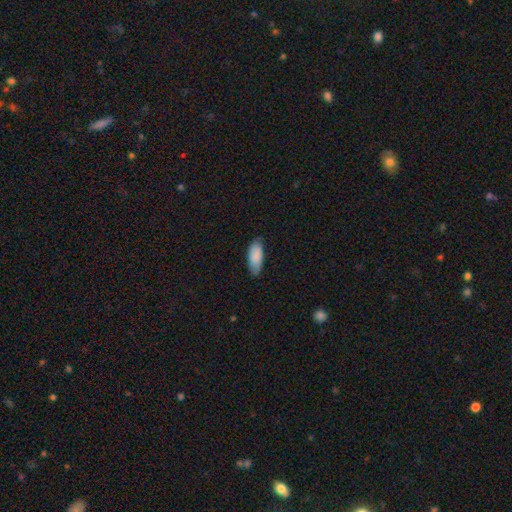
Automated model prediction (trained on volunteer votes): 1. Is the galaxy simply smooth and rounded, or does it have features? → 85% smooth, 9% featured or disk, 6% star or artifact.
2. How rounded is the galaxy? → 83% in between, 15% cigar-shaped, 2% round.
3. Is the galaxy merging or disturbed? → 72% none, 23% minor disturbance, 4% major disturbance, 1% merger.